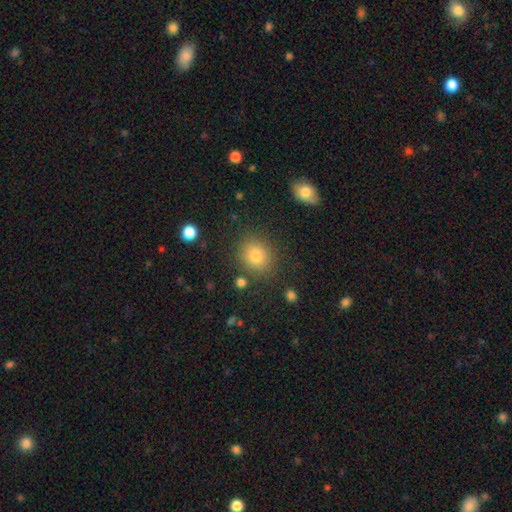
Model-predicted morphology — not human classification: smooth_or_featured: smooth (p=0.79) [alt: star or artifact p=0.12]
how_rounded: round (p=0.75) [alt: in between p=0.24]
merging: none (p=0.84) [alt: minor disturbance p=0.09]